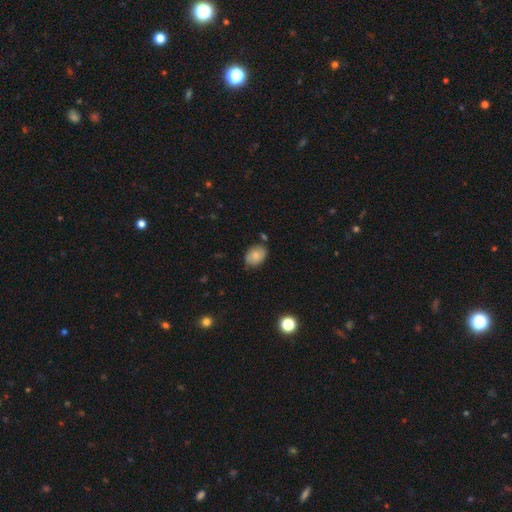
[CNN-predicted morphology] The model was most divided on "how rounded": in between: 72%, round: 27%, cigar-shaped: 1%. More confident: smooth or featured — smooth (80%); merging — none (75%).